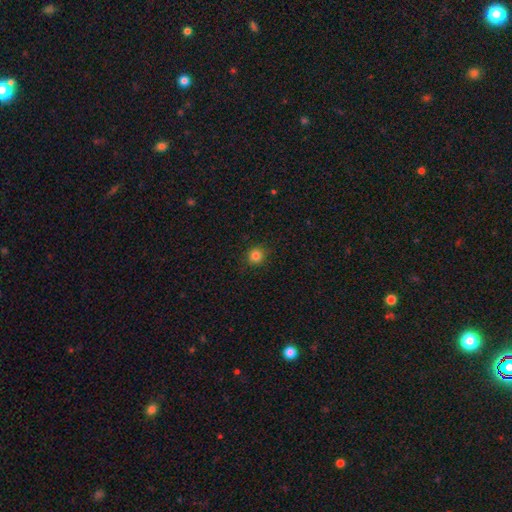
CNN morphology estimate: A smooth galaxy with no disk features (82%) that is round (91%). Merging: none (90%).